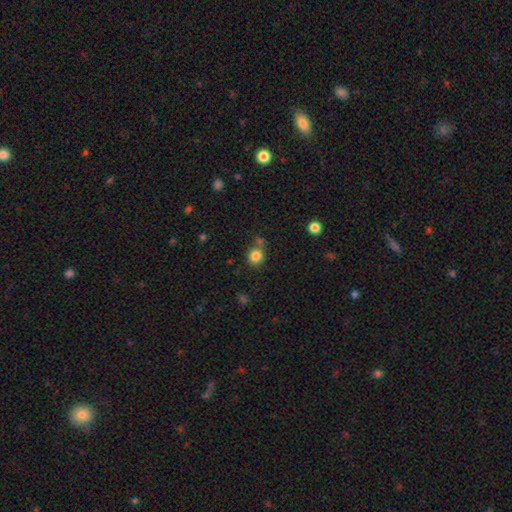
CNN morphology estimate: Overall: smooth (83%). How rounded: round (86%). Merging: none (69%).